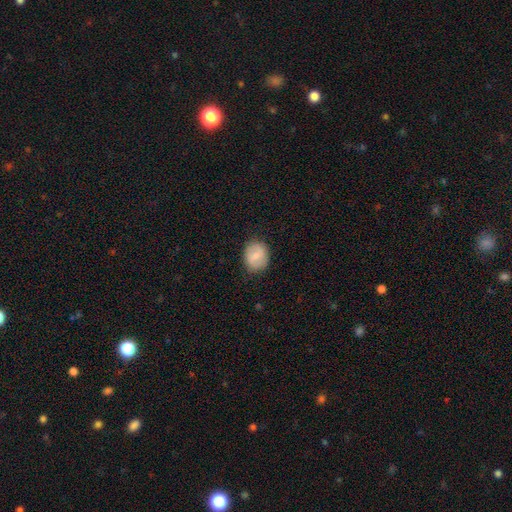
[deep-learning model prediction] Smooth or featured: smooth — 65% (featured or disk — 28%)
How rounded: round — 62% (in between — 37%)
Merging: none — 82% (minor disturbance — 13%)